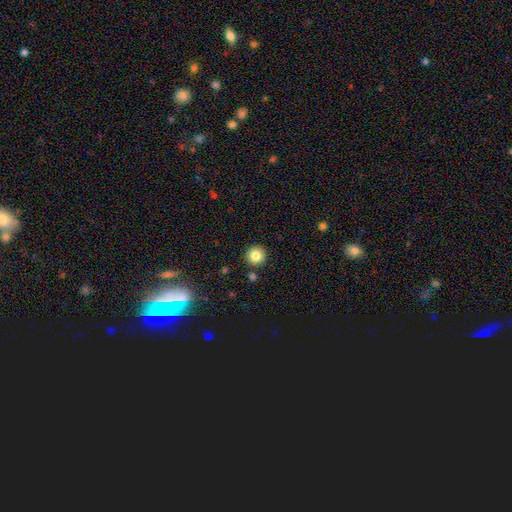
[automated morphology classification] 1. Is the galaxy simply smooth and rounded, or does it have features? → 82% smooth, 11% star or artifact, 6% featured or disk.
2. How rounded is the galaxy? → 95% round, 4% in between, 1% cigar-shaped.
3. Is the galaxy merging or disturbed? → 89% none, 6% minor disturbance, 3% merger, 2% major disturbance.